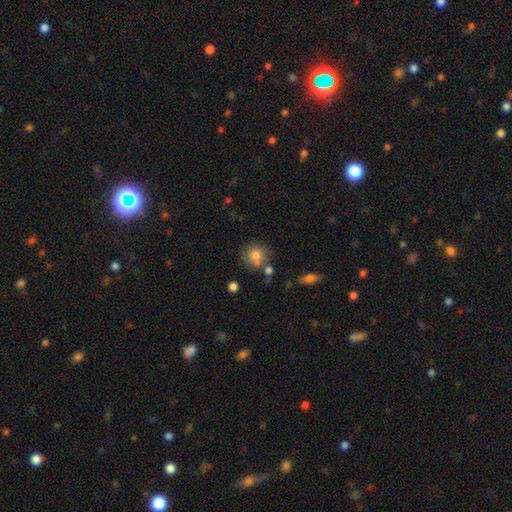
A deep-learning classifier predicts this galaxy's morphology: Q: Smooth or featured?
A: smooth (80%); runner-up: featured or disk (10%)
Q: How rounded?
A: round (86%); runner-up: in between (13%)
Q: Merging?
A: none (64%); runner-up: merger (15%)